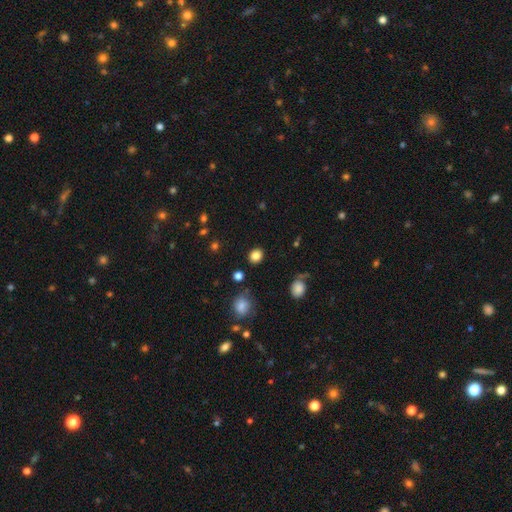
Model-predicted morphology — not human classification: smooth_or_featured: smooth (p=0.84) [alt: star or artifact p=0.11]
how_rounded: round (p=0.72) [alt: in between p=0.27]
merging: none (p=0.88) [alt: minor disturbance p=0.07]